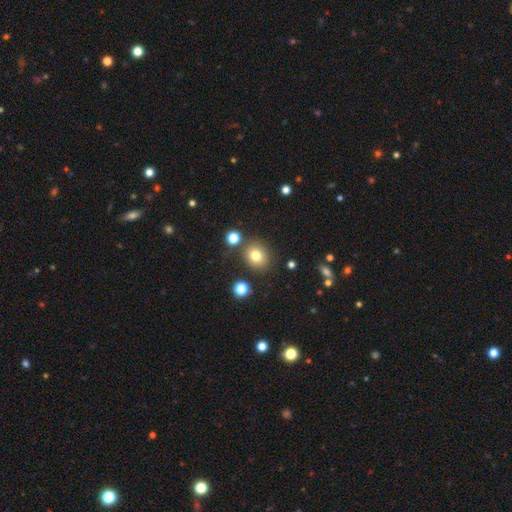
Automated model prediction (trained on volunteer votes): Overall: smooth (79%). How rounded: round (74%). Merging: none (80%).